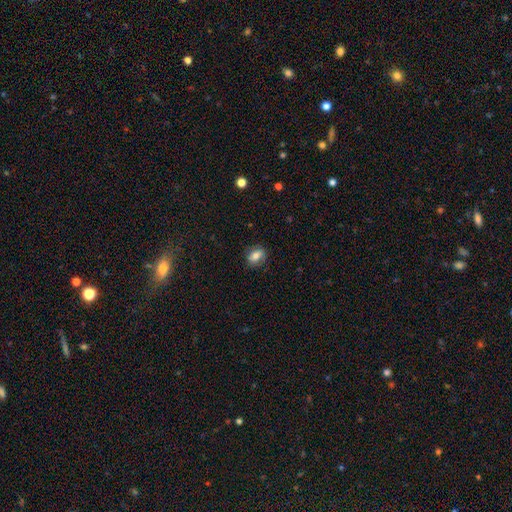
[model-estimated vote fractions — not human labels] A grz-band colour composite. It shows a smooth galaxy with no disk features (73%) that is in between round and cigar-shaped (63%). Merging: none (82%).